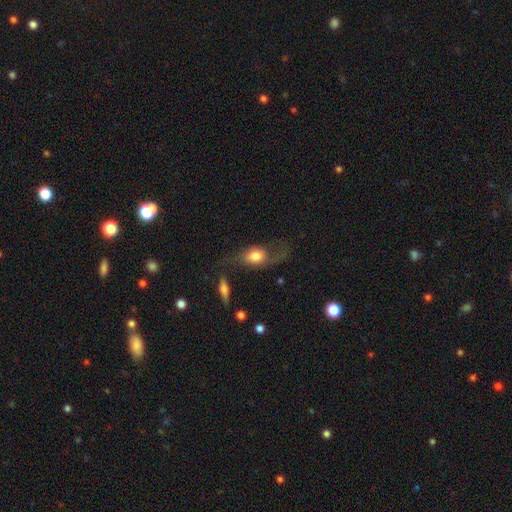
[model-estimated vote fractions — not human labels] This appears to be a smooth galaxy with no disk features (59%) that is in between round and cigar-shaped (70%). Merging: major disturbance (37%).